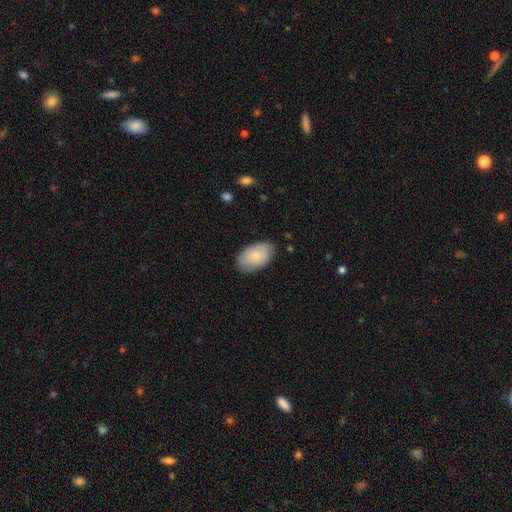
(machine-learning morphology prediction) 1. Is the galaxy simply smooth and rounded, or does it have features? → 77% smooth, 17% featured or disk, 6% star or artifact.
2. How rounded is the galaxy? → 92% in between, 7% round, 1% cigar-shaped.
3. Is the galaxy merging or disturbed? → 79% none, 17% minor disturbance, 3% major disturbance, 1% merger.